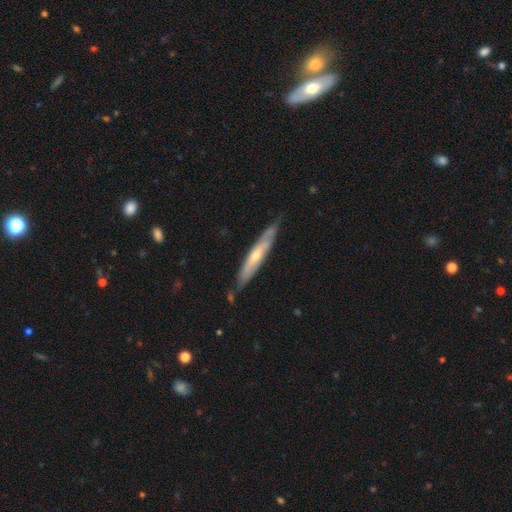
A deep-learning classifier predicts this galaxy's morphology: Q: Smooth or featured?
A: featured or disk (59%); runner-up: smooth (36%)
Q: Edge-on disk?
A: yes (77%); runner-up: no (23%)
Q: Merging?
A: none (74%); runner-up: minor disturbance (20%)